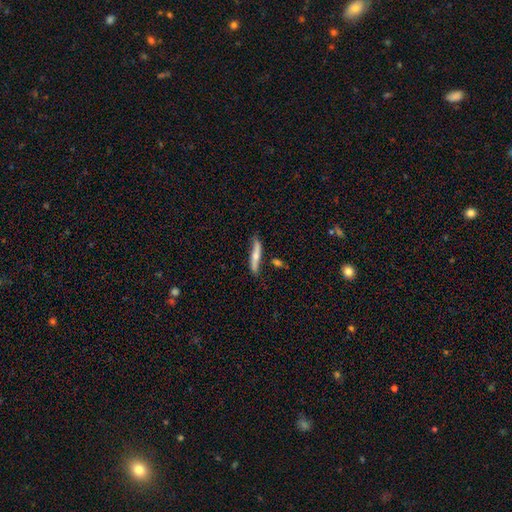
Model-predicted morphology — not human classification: smooth_or_featured: featured or disk (p=0.48) [alt: smooth p=0.46]
merging: none (p=0.71) [alt: minor disturbance p=0.20]